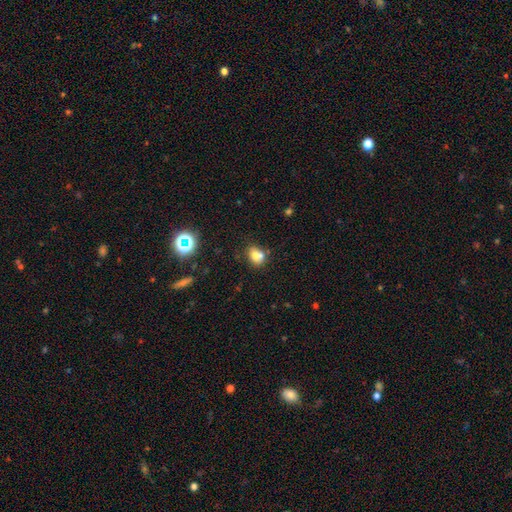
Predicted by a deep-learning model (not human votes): Morphology: type=smooth (72%); roundness=round (50%); merging=none (46%).